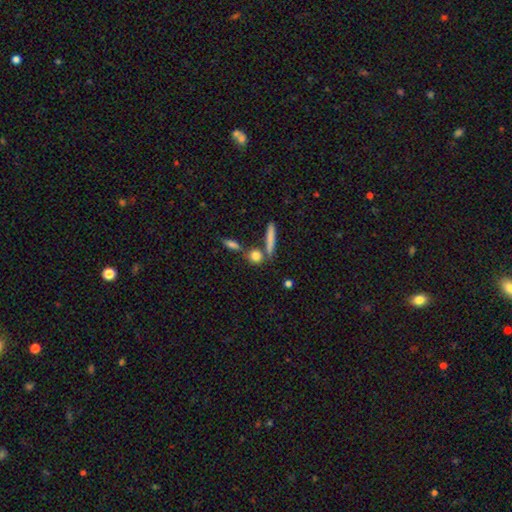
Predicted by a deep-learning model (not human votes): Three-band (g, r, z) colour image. It shows a smooth galaxy with no disk features (79%) that is round (61%). Merging: none (68%).